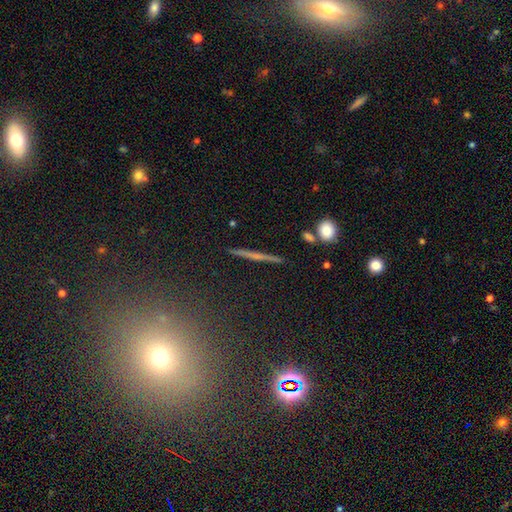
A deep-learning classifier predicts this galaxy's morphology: This appears to be a featured or disk galaxy (53%) viewed edge-on (96%) with no central bulge (69%). Merging: none (90%).